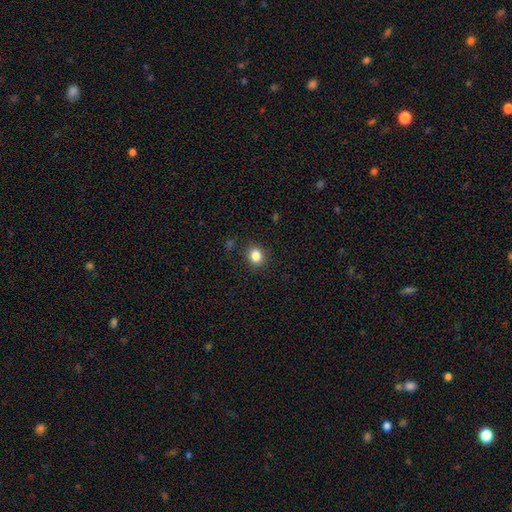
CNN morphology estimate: This is clearly a smooth galaxy (84%). How rounded: likely round (60%). Merging: clearly none (87%).